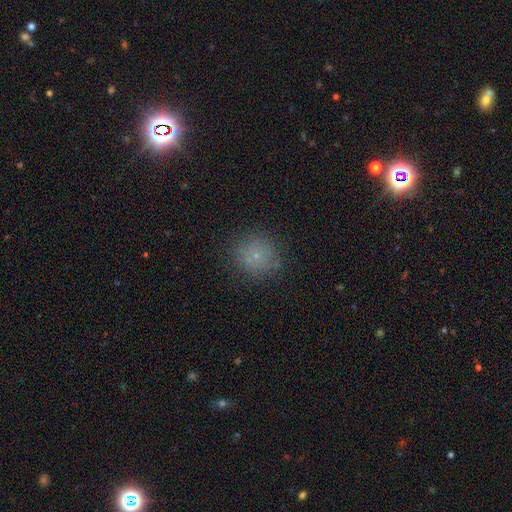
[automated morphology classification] A smooth galaxy with no disk features (71%) that is round (92%). Merging: none (85%).